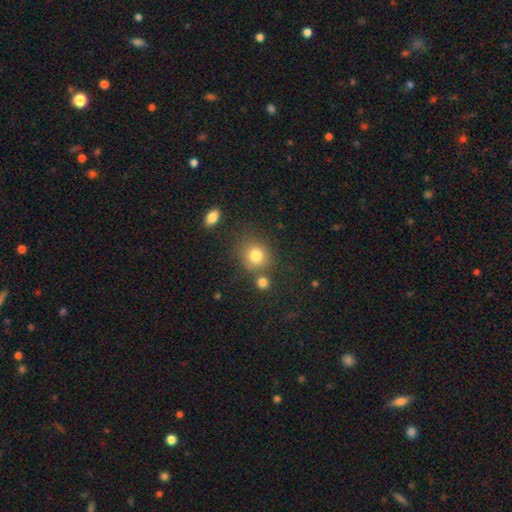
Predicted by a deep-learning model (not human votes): smooth 80%, star or artifact 12%, featured or disk 8%. Down the decision tree: how rounded — round (79%); merging — none (67%).